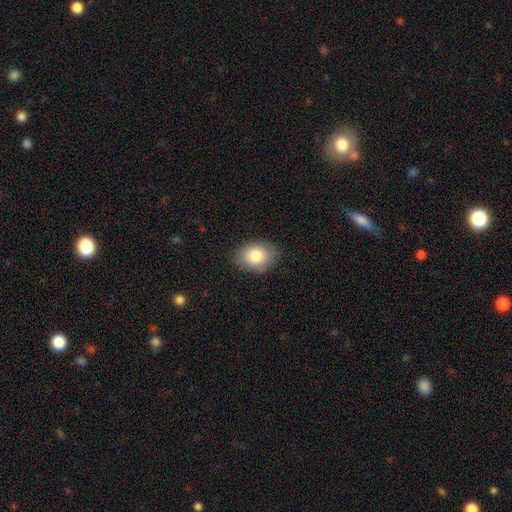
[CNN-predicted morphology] Smooth or featured: smooth — 82% (featured or disk — 11%)
How rounded: in between — 79% (round — 20%)
Merging: none — 85% (minor disturbance — 11%)